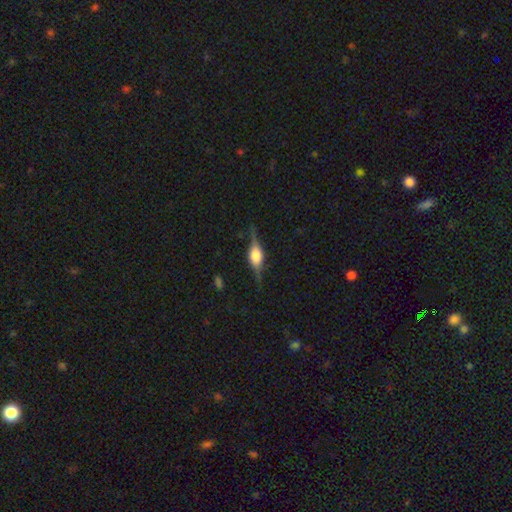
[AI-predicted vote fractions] Smooth or featured? featured or disk (77%)
Edge-on disk? yes (96%)
Edge-on bulge? rounded (86%)
Merging? none (81%)